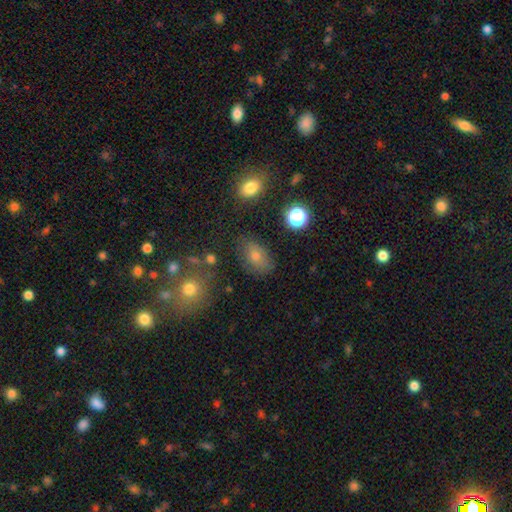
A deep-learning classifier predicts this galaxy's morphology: This appears to be a smooth galaxy with no disk features (70%) that is in between round and cigar-shaped (85%). Merging: none (75%).